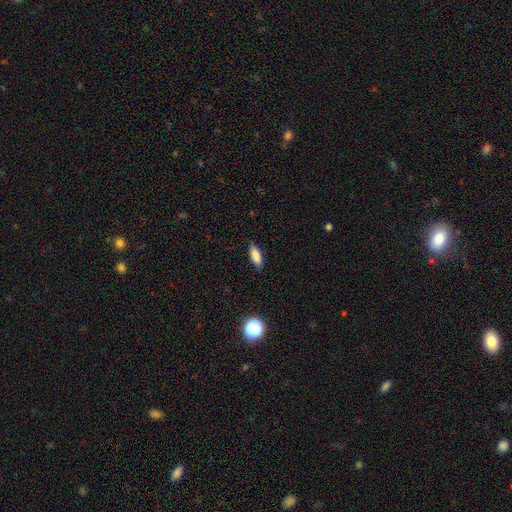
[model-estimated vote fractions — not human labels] Smooth or featured? Predicted: smooth (p=0.84). How rounded? Predicted: in between (p=0.68). Merging? Predicted: none (p=0.84).